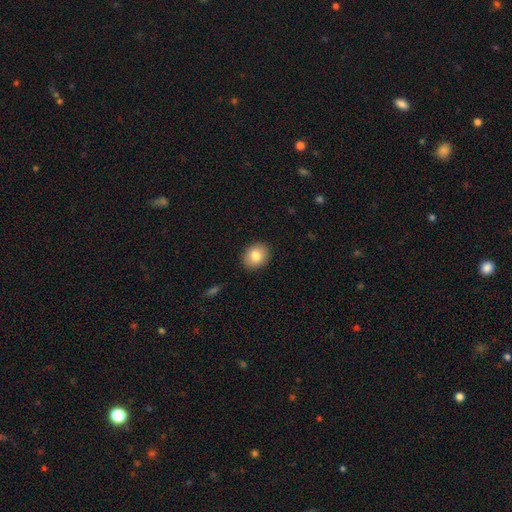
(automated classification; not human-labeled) Overall: smooth (83%). How rounded: round (52%; in between 47%). Merging: none (90%).